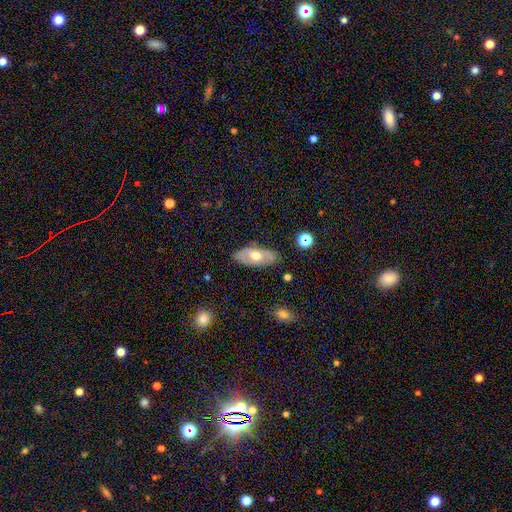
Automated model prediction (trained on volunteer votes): The model was most divided on "smooth or featured": featured or disk: 48%, smooth: 45%, star or artifact: 6%. More confident: merging — none (81%).